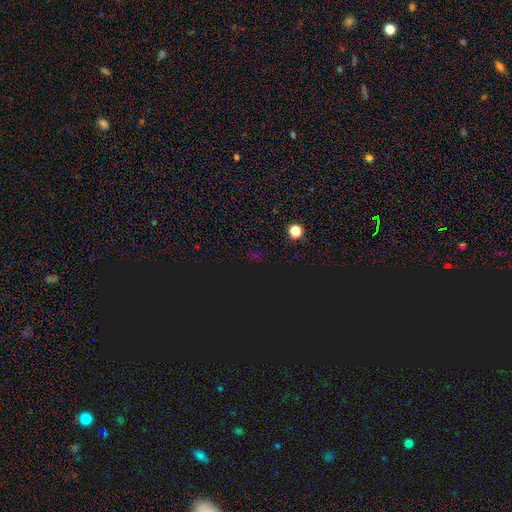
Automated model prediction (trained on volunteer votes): Overall: star or artifact (72%).